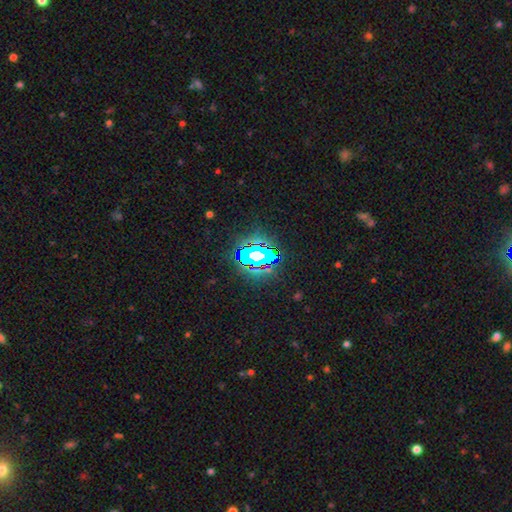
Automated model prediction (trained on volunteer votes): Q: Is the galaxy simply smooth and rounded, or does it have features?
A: star or artifact — 69%.